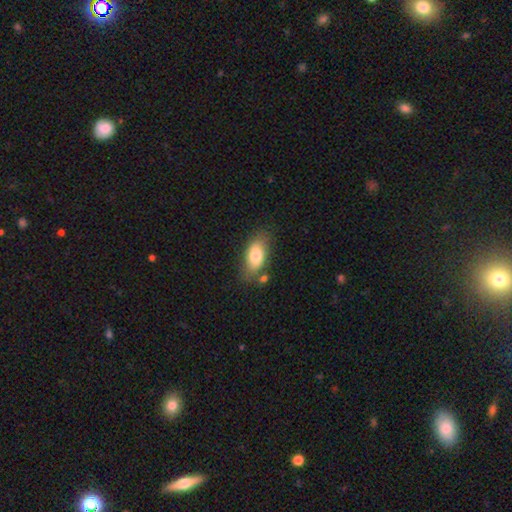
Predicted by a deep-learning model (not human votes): Morphology: type=smooth (78%); roundness=in between (90%); merging=none (70%).